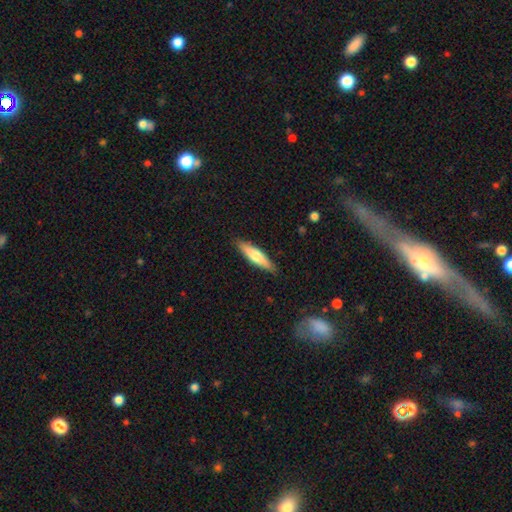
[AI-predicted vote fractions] smooth-or-featured: smooth: 65% | featured or disk: 30% | star or artifact: 5%
  how-rounded: cigar-shaped: 77% | in between: 22% | round: 1%
  merging: none: 88% | minor disturbance: 9% | major disturbance: 2% | merger: 1%